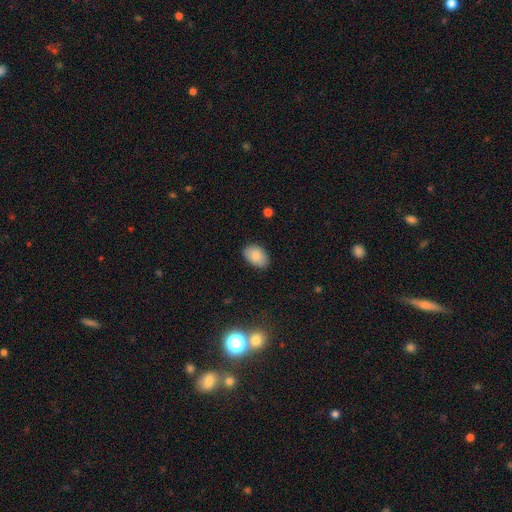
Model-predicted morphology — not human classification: This appears to be a smooth galaxy with no disk features (84%) that is in between round and cigar-shaped (88%). Merging: none (85%).